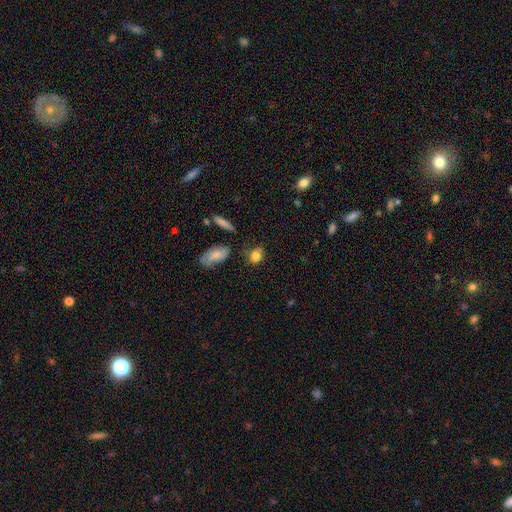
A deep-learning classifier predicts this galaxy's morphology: Smooth or featured? smooth (81%)
How rounded? in between (67%)
Merging? none (62%)